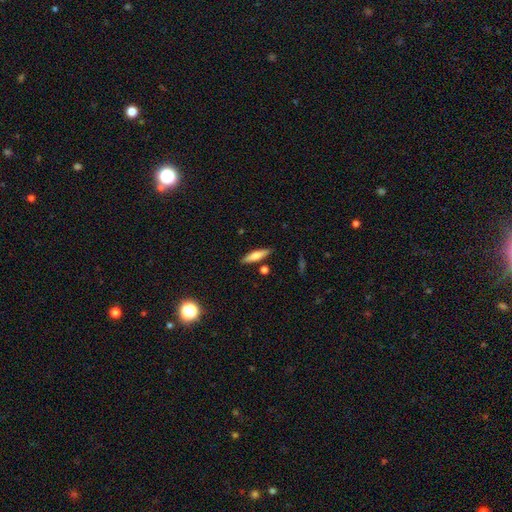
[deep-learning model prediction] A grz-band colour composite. It shows a smooth galaxy with no disk features (57%) that is cigar-shaped (73%). Merging: none (85%).